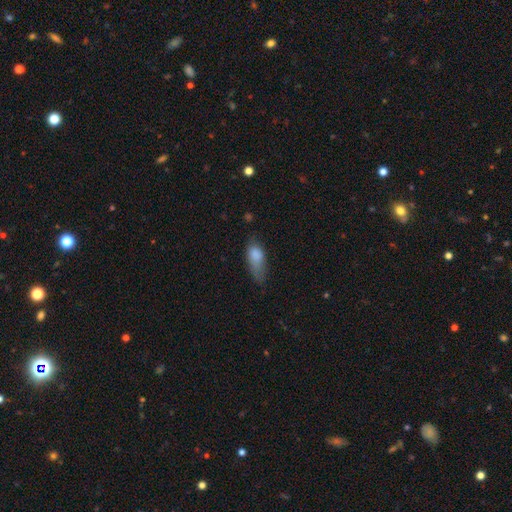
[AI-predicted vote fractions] Smooth or featured?
  - smooth: 80% *
  - featured or disk: 11%
  - star or artifact: 8%
How rounded?
  - in between: 82% *
  - cigar-shaped: 14%
  - round: 5%
Merging?
  - minor disturbance: 40% *
  - none: 36%
  - major disturbance: 22%
  - merger: 3%